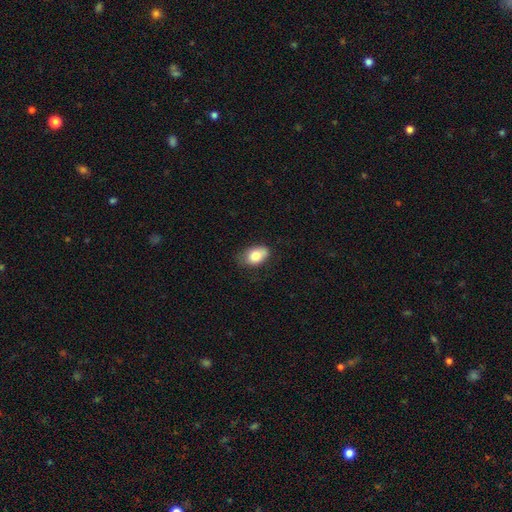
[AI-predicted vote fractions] Smooth or featured: smooth — 81% (featured or disk — 11%)
How rounded: in between — 87% (round — 12%)
Merging: none — 60% (minor disturbance — 30%)